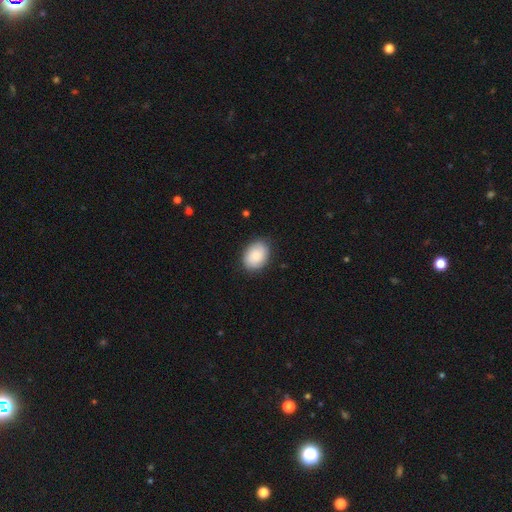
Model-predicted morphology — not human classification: A smooth galaxy with no disk features (88%) that is in between round and cigar-shaped (73%). Merging: none (85%).